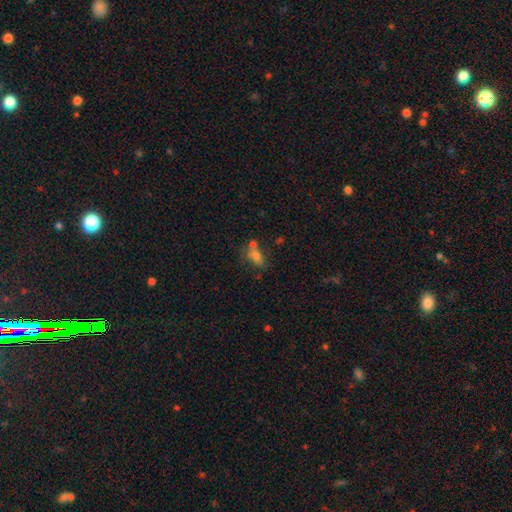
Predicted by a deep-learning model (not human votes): smooth 68%, featured or disk 18%, star or artifact 13%. Down the decision tree: how rounded — in between (78%); merging — none (42%).